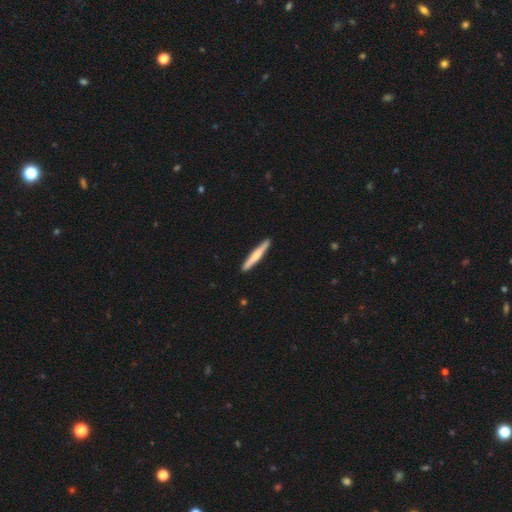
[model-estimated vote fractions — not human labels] smooth-or-featured: smooth: 56% | featured or disk: 40% | star or artifact: 5%
  how-rounded: cigar-shaped: 95% | in between: 3% | round: 1%
  merging: none: 91% | minor disturbance: 6% | major disturbance: 1% | merger: 1%